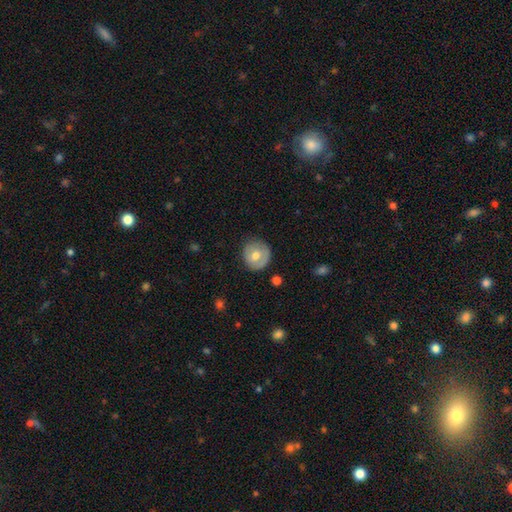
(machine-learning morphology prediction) A smooth galaxy with no disk features (59%) that is round (89%).

Vote fractions:
- Smooth or featured? smooth: 59% / featured or disk: 34% / star or artifact: 7%
- How rounded? round: 89% / in between: 10% / cigar-shaped: 1%
- Merging? none: 81% / minor disturbance: 14% / major disturbance: 4% / merger: 1%